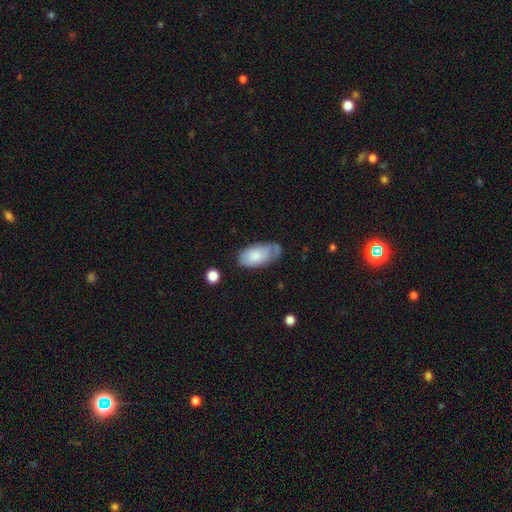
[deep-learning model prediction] This appears to be a smooth galaxy with no disk features (70%) that is in between round and cigar-shaped (94%). Merging: none (49%).